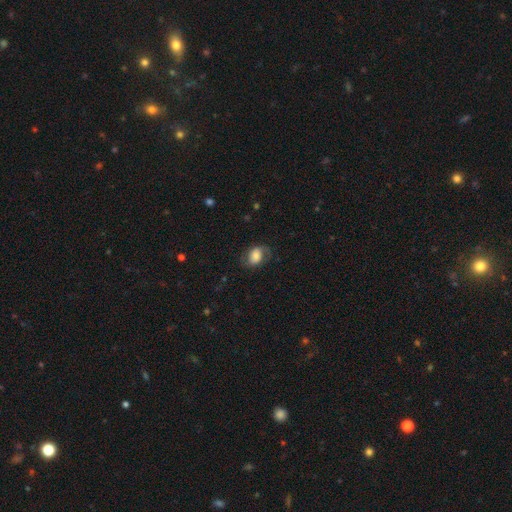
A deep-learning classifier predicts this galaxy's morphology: A smooth galaxy with no disk features (57%) that is in between round and cigar-shaped (70%).

Vote fractions:
- Smooth or featured? smooth: 57% / featured or disk: 35% / star or artifact: 8%
- How rounded? in between: 70% / round: 29% / cigar-shaped: 1%
- Merging? none: 63% / minor disturbance: 22% / major disturbance: 14% / merger: 1%